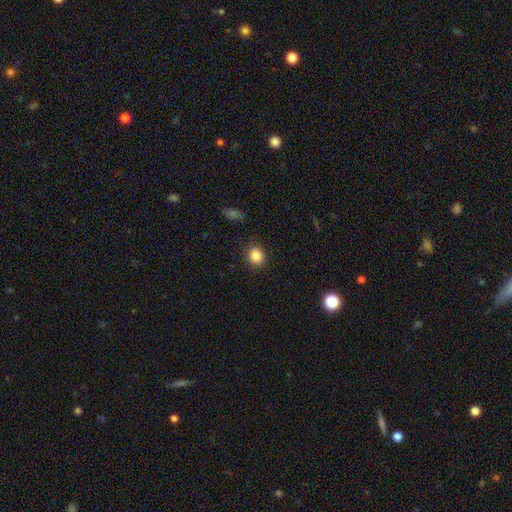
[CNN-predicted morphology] The model was most divided on "how rounded": round: 76%, in between: 23%, cigar-shaped: 1%. More confident: merging — none (89%); smooth or featured — smooth (85%).